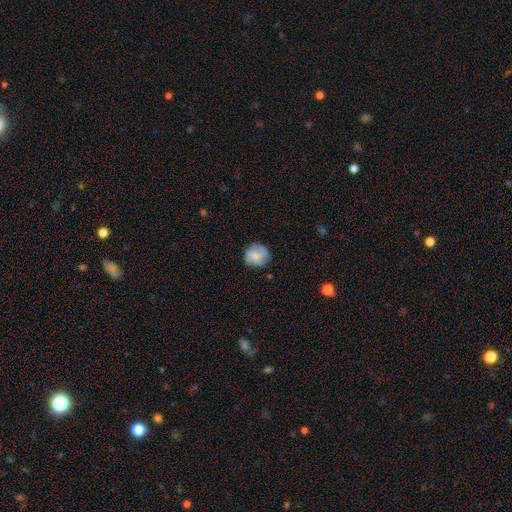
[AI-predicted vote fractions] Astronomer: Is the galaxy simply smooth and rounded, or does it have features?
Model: smooth — 65%.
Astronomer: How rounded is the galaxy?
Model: round — 82%.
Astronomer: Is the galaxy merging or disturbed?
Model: none — 73%.